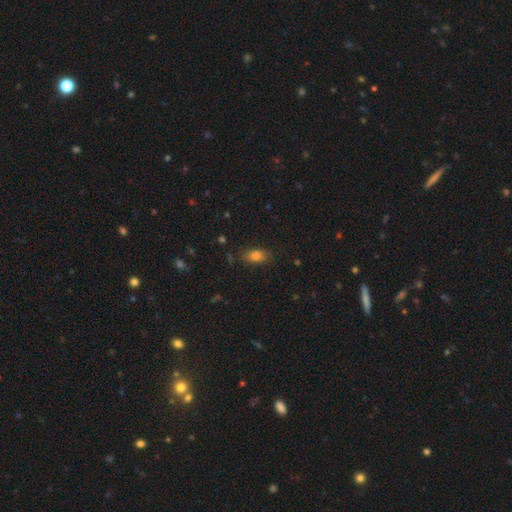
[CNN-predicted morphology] This is clearly a smooth galaxy (82%). How rounded: clearly in between (86%). Merging: clearly none (82%).